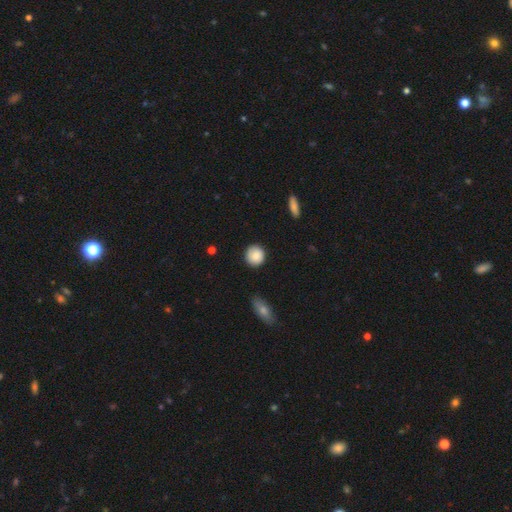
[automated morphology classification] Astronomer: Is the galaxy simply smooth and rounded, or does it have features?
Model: smooth — 88%.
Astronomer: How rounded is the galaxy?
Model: round — 88%.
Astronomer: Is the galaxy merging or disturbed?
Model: none — 85%.